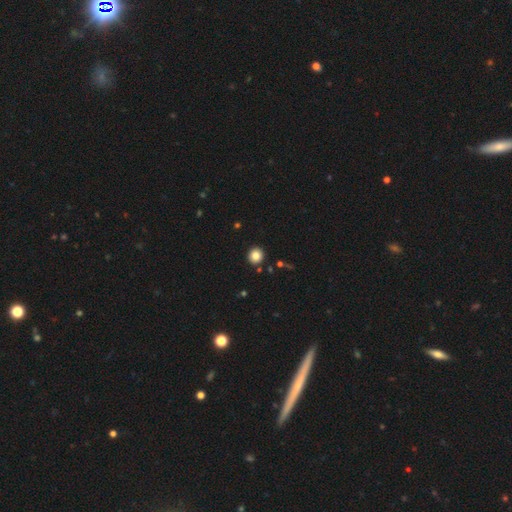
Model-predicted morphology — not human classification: type=smooth (83%); roundness=round (93%); merging=none (91%).